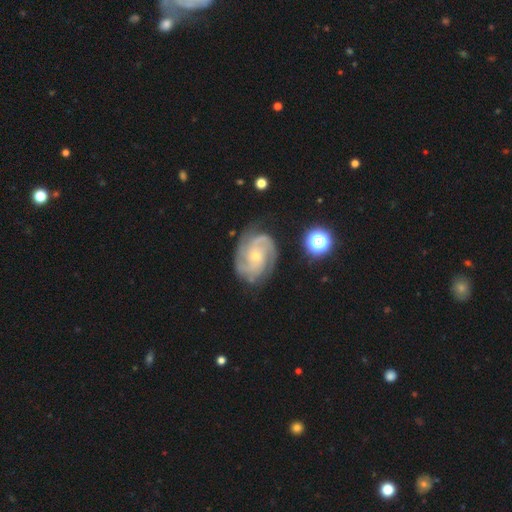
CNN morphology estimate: Smooth or featured? Predicted: featured or disk (p=0.90). Edge-on disk? Predicted: no (p=0.98). Bar? Predicted: no (p=0.66). Spiral arms? Predicted: yes (p=0.98). Spiral winding? Predicted: tight (p=0.51). Spiral arm count? Predicted: 2 (p=0.40). Bulge size? Predicted: small (p=0.69). Merging? Predicted: none (p=0.75).